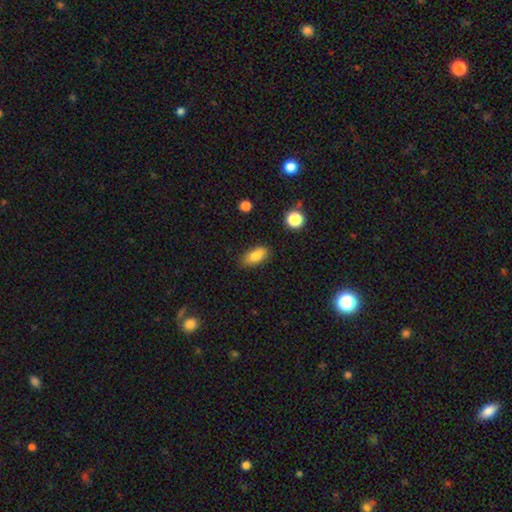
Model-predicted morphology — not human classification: smooth_or_featured: smooth (p=0.81) [alt: featured or disk p=0.10]
how_rounded: in between (p=0.88) [alt: cigar-shaped p=0.07]
merging: none (p=0.80) [alt: minor disturbance p=0.15]